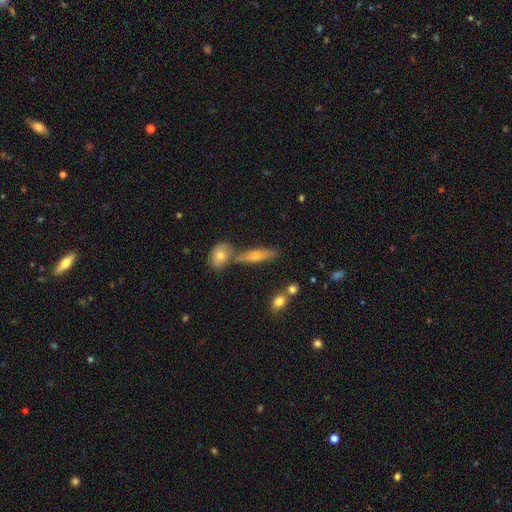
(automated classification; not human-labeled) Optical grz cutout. It shows a smooth galaxy with no disk features (63%) that is cigar-shaped (67%). Merging: none (62%).